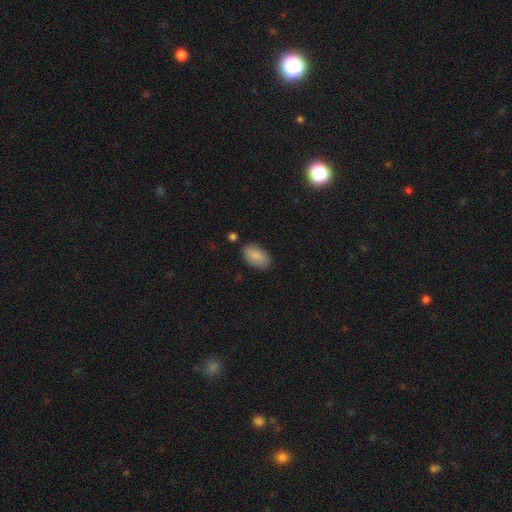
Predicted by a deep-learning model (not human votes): This appears to be a smooth galaxy with no disk features (87%) that is in between round and cigar-shaped (94%). Merging: none (82%).